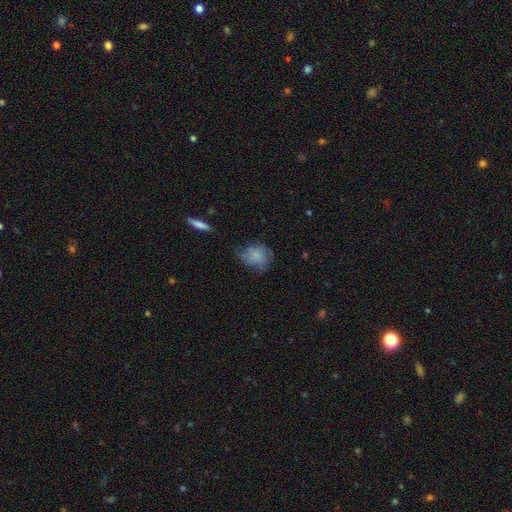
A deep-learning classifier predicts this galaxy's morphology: smooth 72%, featured or disk 19%, star or artifact 9%. Down the decision tree: how rounded — round (62%); merging — none (53%).